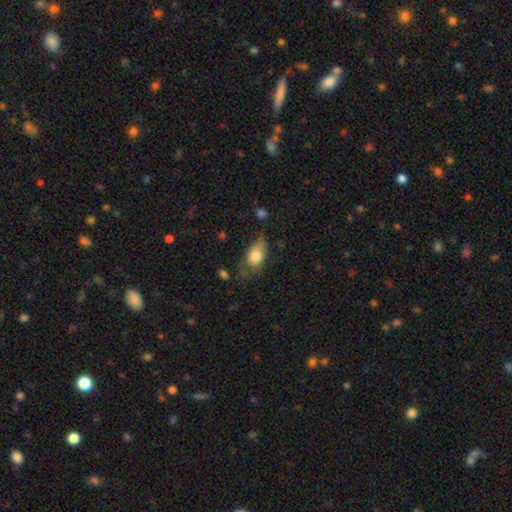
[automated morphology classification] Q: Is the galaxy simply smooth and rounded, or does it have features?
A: smooth — 78%.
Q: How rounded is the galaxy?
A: in between — 86%.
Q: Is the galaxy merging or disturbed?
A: none — 45%.